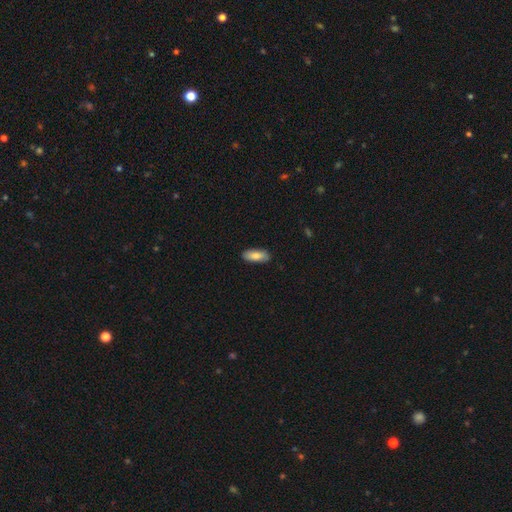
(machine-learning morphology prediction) smooth_or_featured: smooth (p=0.81) [alt: featured or disk p=0.13]
how_rounded: in between (p=0.75) [alt: cigar-shaped p=0.22]
merging: none (p=0.88) [alt: minor disturbance p=0.10]